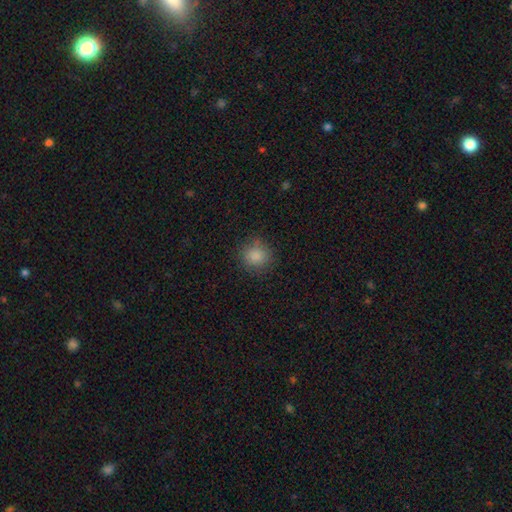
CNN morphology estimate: Q: Smooth or featured?
A: smooth (85%); runner-up: star or artifact (10%)
Q: How rounded?
A: round (87%); runner-up: in between (12%)
Q: Merging?
A: none (82%); runner-up: minor disturbance (13%)